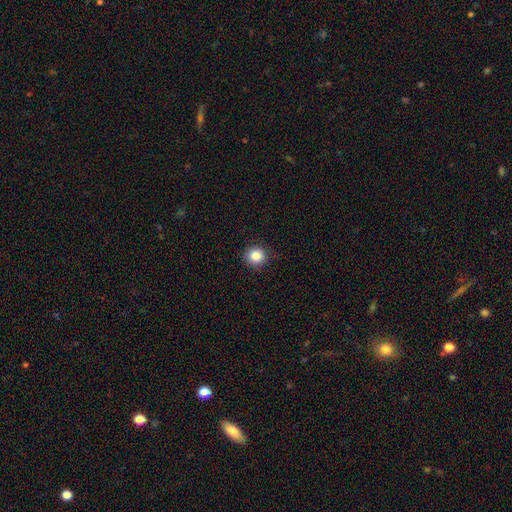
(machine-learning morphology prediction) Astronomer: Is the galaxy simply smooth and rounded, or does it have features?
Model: smooth — 86%.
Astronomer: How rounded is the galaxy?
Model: round — 92%.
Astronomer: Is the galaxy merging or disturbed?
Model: none — 89%.